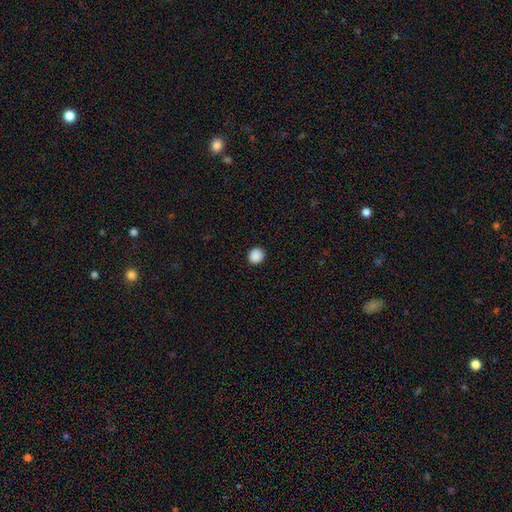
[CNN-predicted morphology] A smooth galaxy with no disk features (89%) that is round (81%).

Vote fractions:
- Smooth or featured? smooth: 89% / star or artifact: 9% / featured or disk: 2%
- How rounded? round: 81% / in between: 18% / cigar-shaped: 1%
- Merging? none: 91% / minor disturbance: 6% / major disturbance: 2% / merger: 1%